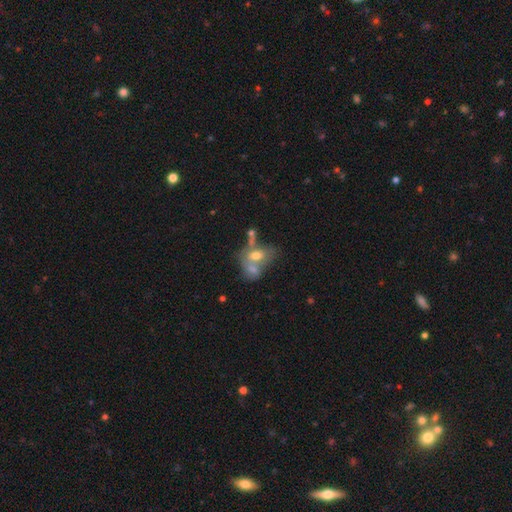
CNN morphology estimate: This is possibly a smooth galaxy (50%). Merging: likely merger (61%).